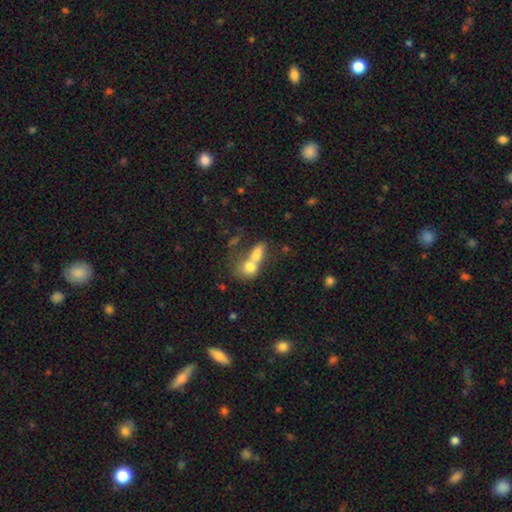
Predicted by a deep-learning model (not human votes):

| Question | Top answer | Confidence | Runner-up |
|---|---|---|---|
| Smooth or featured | smooth | 71% | featured or disk (19%) |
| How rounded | in between | 60% | round (33%) |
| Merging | merger | 65% | none (20%) |